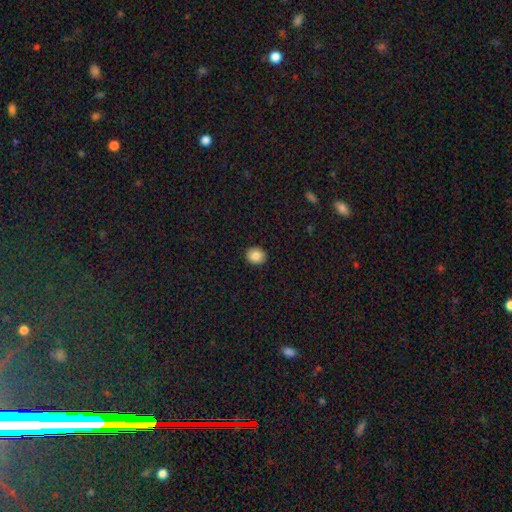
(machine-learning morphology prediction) type=smooth (85%); roundness=round (75%); merging=none (92%).